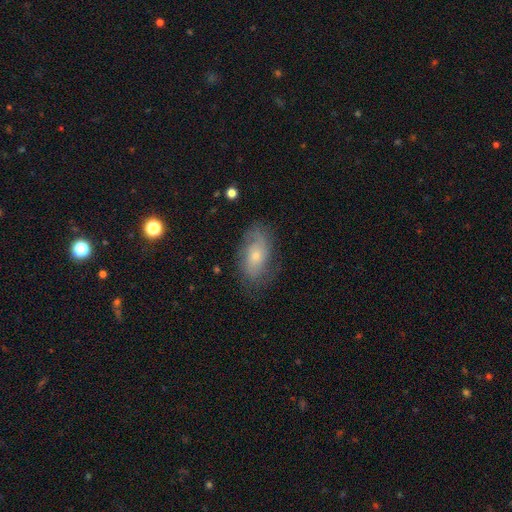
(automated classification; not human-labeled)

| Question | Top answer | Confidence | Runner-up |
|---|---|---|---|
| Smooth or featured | featured or disk | 55% | smooth (36%) |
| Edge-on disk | no | 93% | yes (7%) |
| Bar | no | 76% | weak (20%) |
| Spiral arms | yes | 80% | no (20%) |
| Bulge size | small | 57% | moderate (37%) |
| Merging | none | 69% | minor disturbance (21%) |